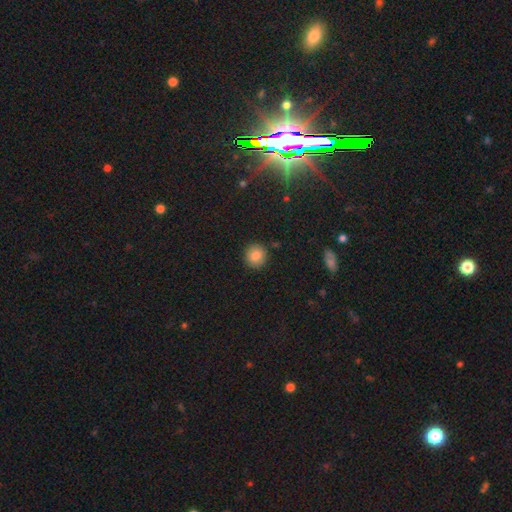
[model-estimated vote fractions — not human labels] Q: Smooth or featured?
A: smooth (83%); runner-up: star or artifact (10%)
Q: How rounded?
A: round (90%); runner-up: in between (9%)
Q: Merging?
A: none (90%); runner-up: minor disturbance (6%)